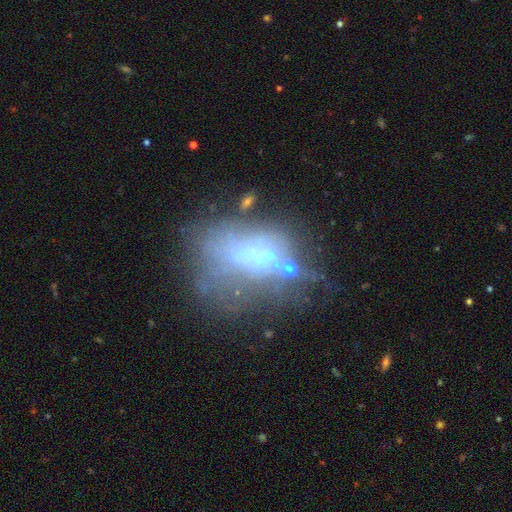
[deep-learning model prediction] Q: Smooth or featured?
A: featured or disk (48%); runner-up: smooth (29%)
Q: Merging?
A: none (37%); runner-up: major disturbance (29%)